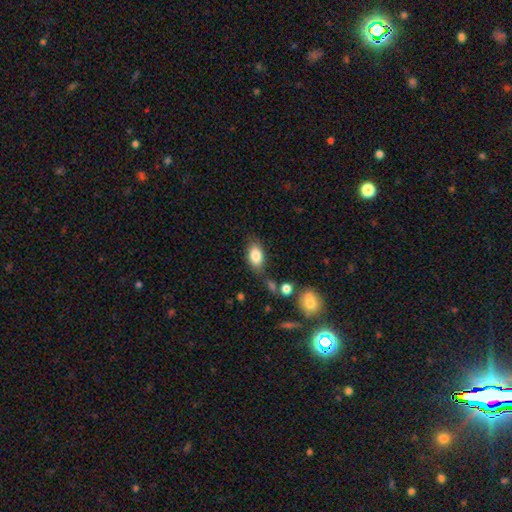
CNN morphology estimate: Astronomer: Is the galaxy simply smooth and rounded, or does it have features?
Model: smooth — 82%.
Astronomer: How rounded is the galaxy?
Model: in between — 88%.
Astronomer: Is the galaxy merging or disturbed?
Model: none — 71%.